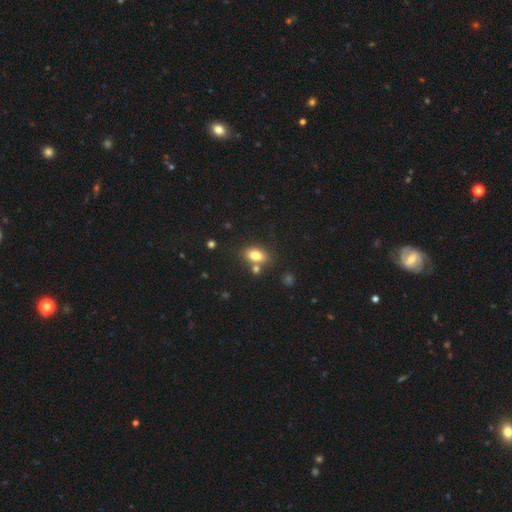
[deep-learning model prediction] This appears to be a smooth galaxy with no disk features (80%) that is in between round and cigar-shaped (84%). Merging: none (66%).